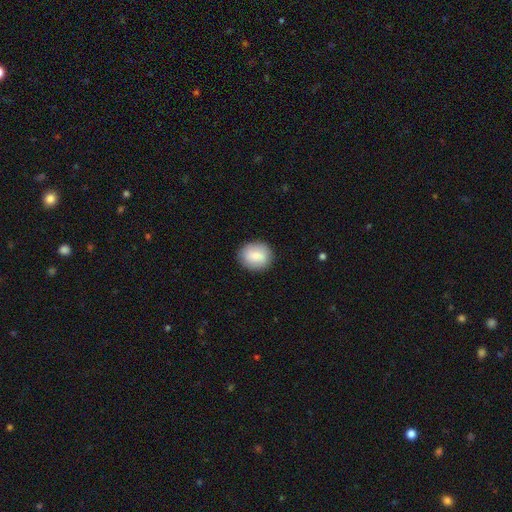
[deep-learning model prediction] smooth 79%, featured or disk 14%, star or artifact 7%. Down the decision tree: how rounded — round (78%); merging — none (89%).